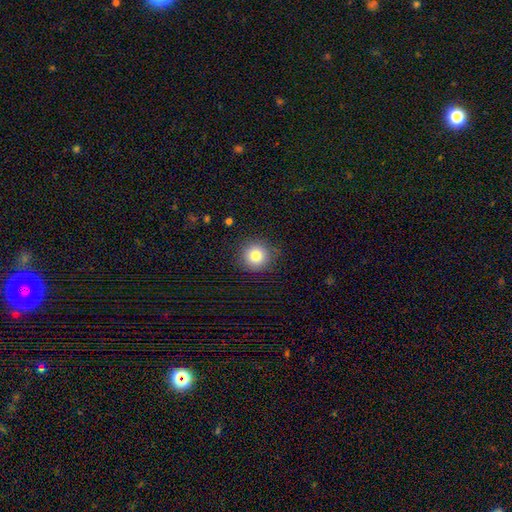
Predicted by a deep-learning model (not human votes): Overall: smooth (81%). How rounded: round (94%). Merging: none (86%).